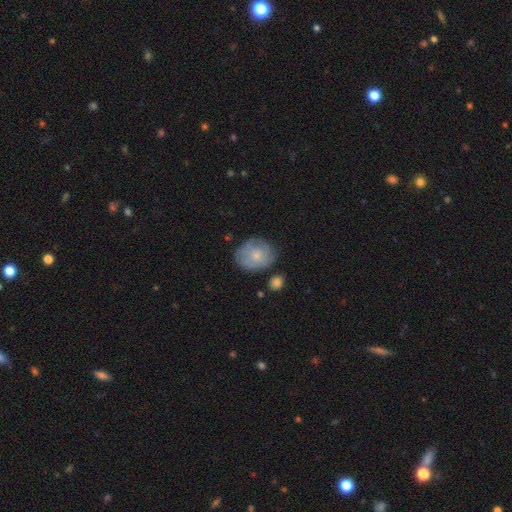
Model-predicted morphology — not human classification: smooth 52%, featured or disk 40%, star or artifact 7%. Down the decision tree: how rounded — round (63%); merging — none (62%).